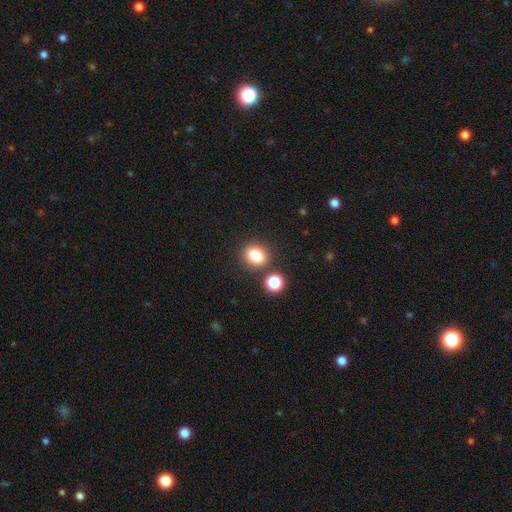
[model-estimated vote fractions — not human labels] smooth_or_featured: smooth (p=0.80) [alt: star or artifact p=0.13]
how_rounded: round (p=0.70) [alt: in between p=0.29]
merging: none (p=0.80) [alt: merger p=0.09]